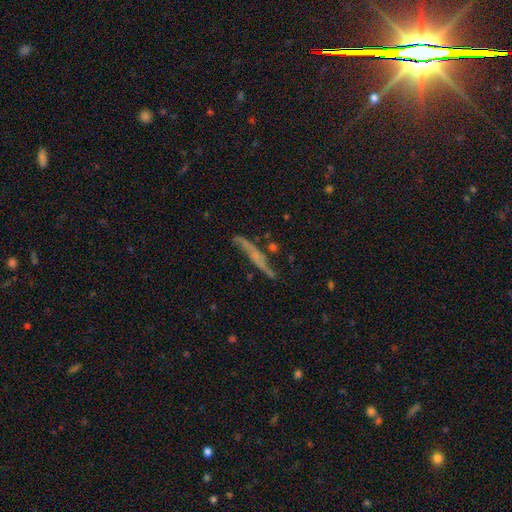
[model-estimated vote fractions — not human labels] Overall: featured or disk (54%; smooth 34%). Edge-on disk: yes (73%). Merging: none (62%; minor disturbance 23%).